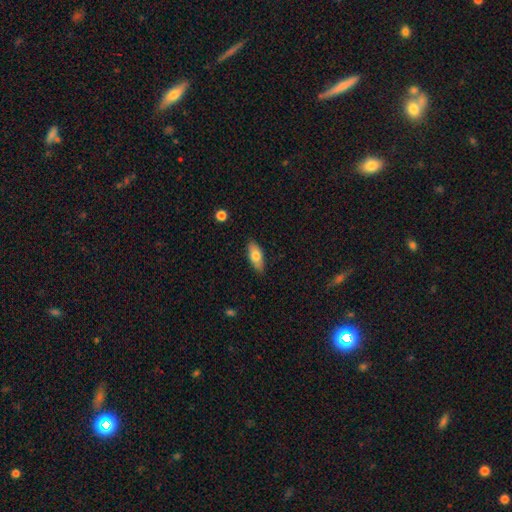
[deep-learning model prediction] The model was most divided on "smooth or featured": smooth: 73%, featured or disk: 21%, star or artifact: 7%. More confident: merging — none (85%); how rounded — in between (78%).